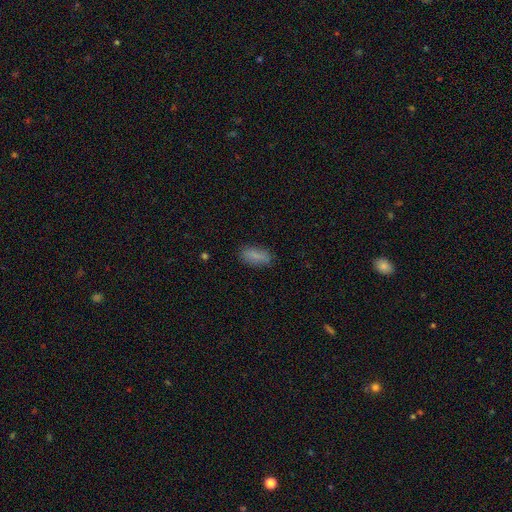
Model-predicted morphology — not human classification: Overall: smooth (84%). How rounded: in between (81%). Merging: none (83%).